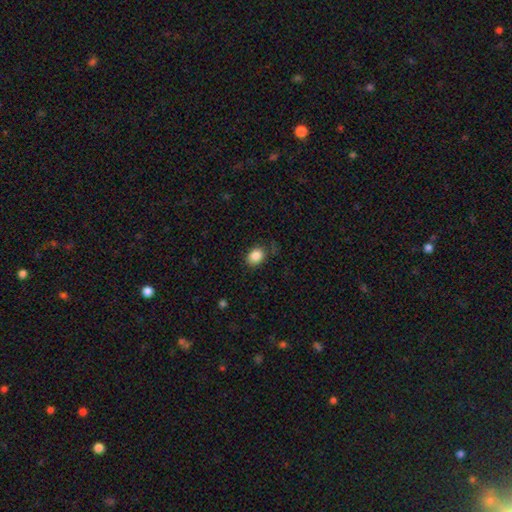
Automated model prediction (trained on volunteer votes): This appears to be a smooth galaxy with no disk features (86%) that is in between round and cigar-shaped (55%). Merging: none (78%).